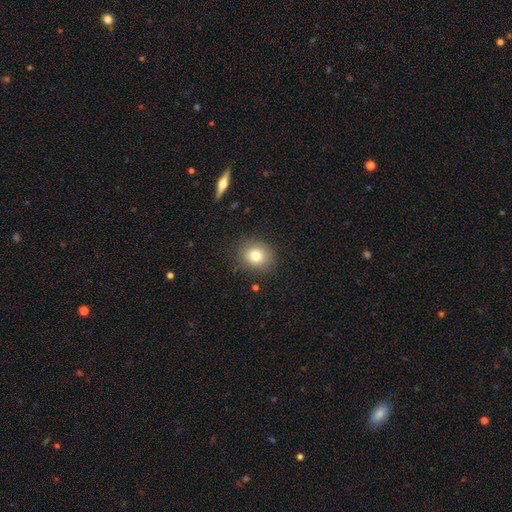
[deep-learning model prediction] A smooth galaxy with no disk features (78%) that is round (69%). Merging: none (85%).